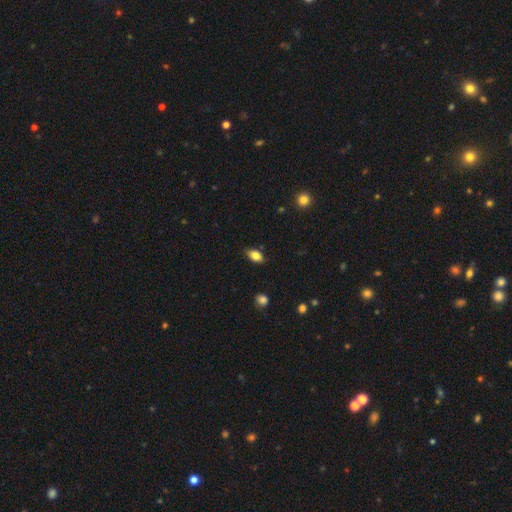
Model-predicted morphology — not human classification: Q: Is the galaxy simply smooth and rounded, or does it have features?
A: smooth — 81%.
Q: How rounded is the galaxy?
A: in between — 87%.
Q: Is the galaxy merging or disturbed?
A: none — 83%.